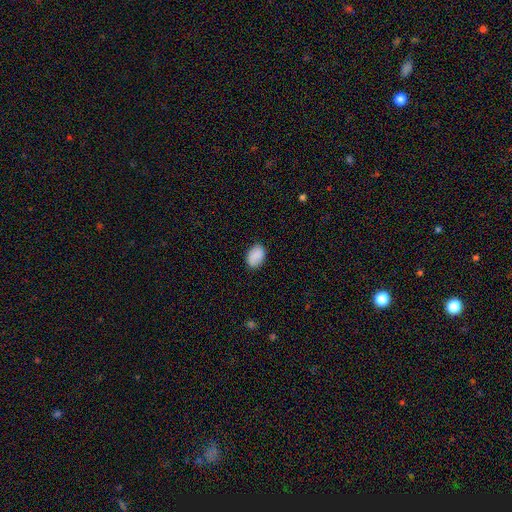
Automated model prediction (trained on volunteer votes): Smooth or featured?
  - smooth: 90% *
  - star or artifact: 7%
  - featured or disk: 4%
How rounded?
  - in between: 87% *
  - round: 12%
  - cigar-shaped: 1%
Merging?
  - none: 85% *
  - minor disturbance: 11%
  - major disturbance: 2%
  - merger: 1%